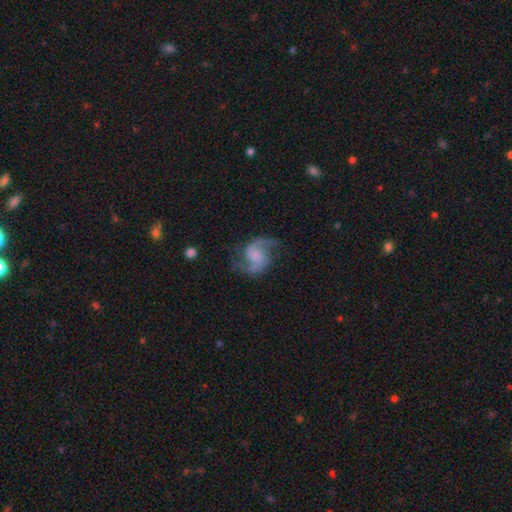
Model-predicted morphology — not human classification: This appears to be a featured or disk galaxy (89%) with no bar (61%), 2 (93%) medium (54%) spiral arms (98%) and no central bulge (35%). Merging: none (76%).